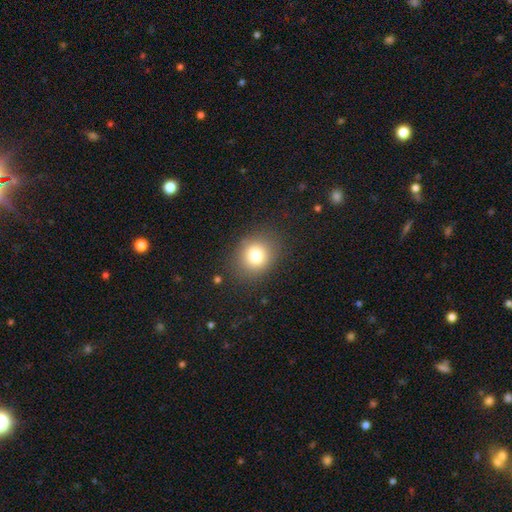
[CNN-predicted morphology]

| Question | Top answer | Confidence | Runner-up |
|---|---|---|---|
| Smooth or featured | smooth | 79% | star or artifact (12%) |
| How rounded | round | 71% | in between (28%) |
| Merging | none | 84% | minor disturbance (10%) |